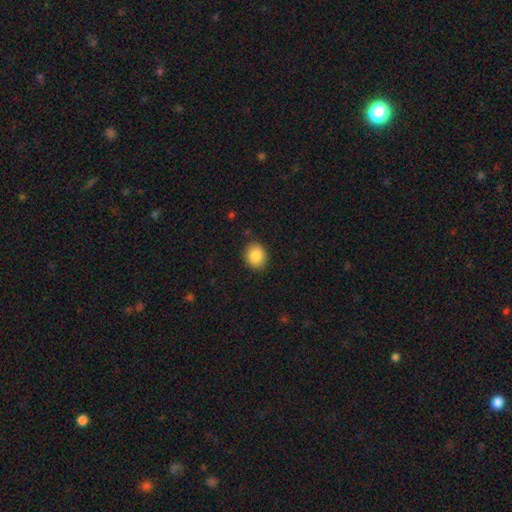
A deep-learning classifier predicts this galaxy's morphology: Smooth or featured: smooth — 88% (star or artifact — 8%)
How rounded: round — 67% (in between — 32%)
Merging: none — 87% (minor disturbance — 9%)